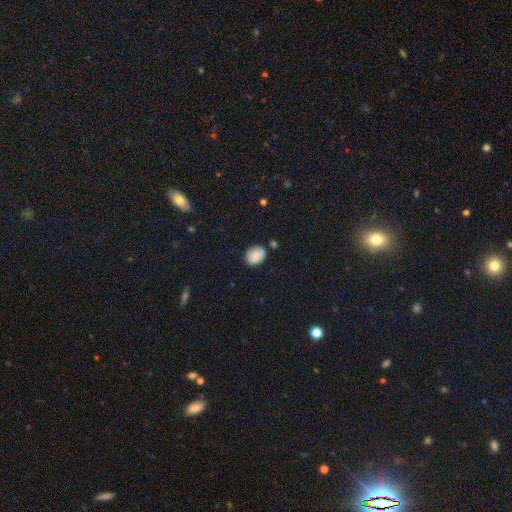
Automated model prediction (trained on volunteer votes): smooth_or_featured: smooth (p=0.84) [alt: star or artifact p=0.08]
how_rounded: in between (p=0.51) [alt: round p=0.48]
merging: none (p=0.75) [alt: minor disturbance p=0.17]